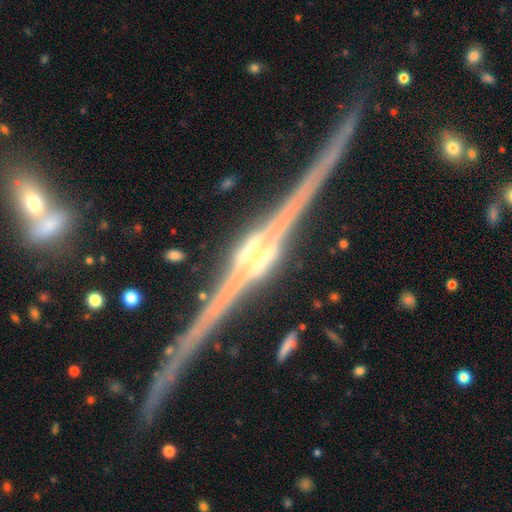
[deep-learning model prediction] Overall: featured or disk (87%). Edge-on disk: yes (96%). Edge-on bulge: rounded (72%). Merging: none (86%).